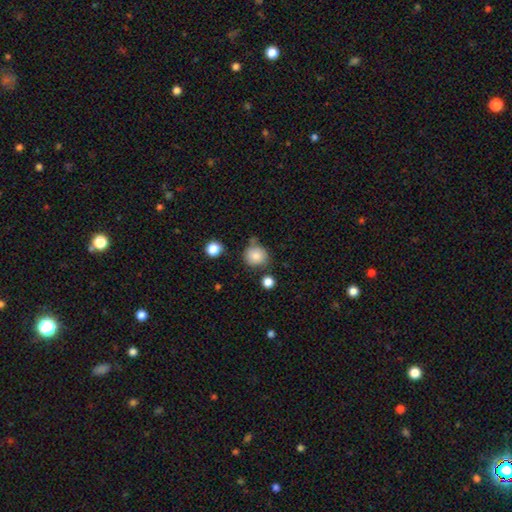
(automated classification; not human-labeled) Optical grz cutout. It shows a smooth galaxy with no disk features (83%) that is round (89%). Merging: none (68%).